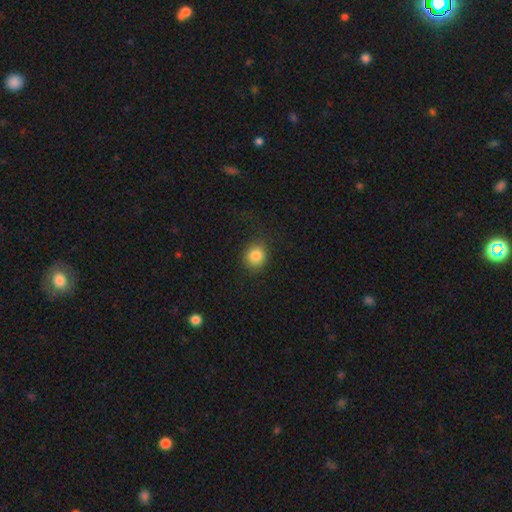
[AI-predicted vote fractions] Overall: smooth (85%). How rounded: round (81%). Merging: none (83%).